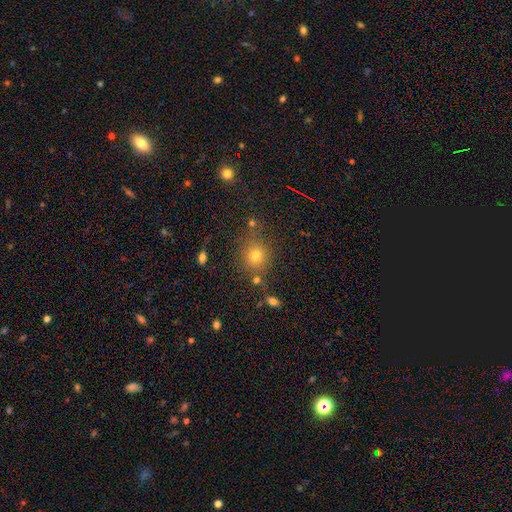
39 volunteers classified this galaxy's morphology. This is clearly a smooth galaxy (85%). How rounded: clearly round (82%). Merging: likely none (78%).